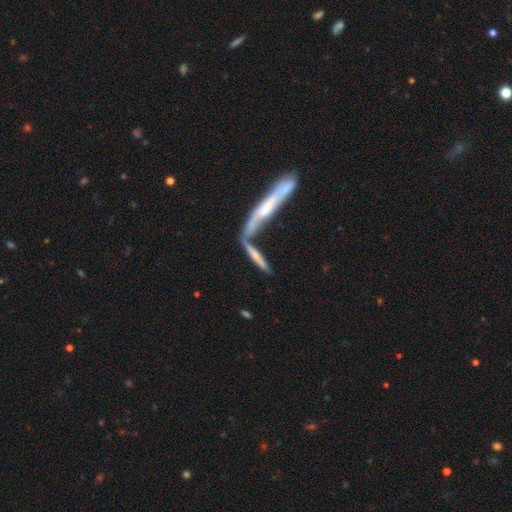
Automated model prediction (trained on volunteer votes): smooth_or_featured: smooth (p=0.52) [alt: featured or disk p=0.40]
how_rounded: cigar-shaped (p=0.85) [alt: in between p=0.13]
merging: merger (p=0.45) [alt: none p=0.39]